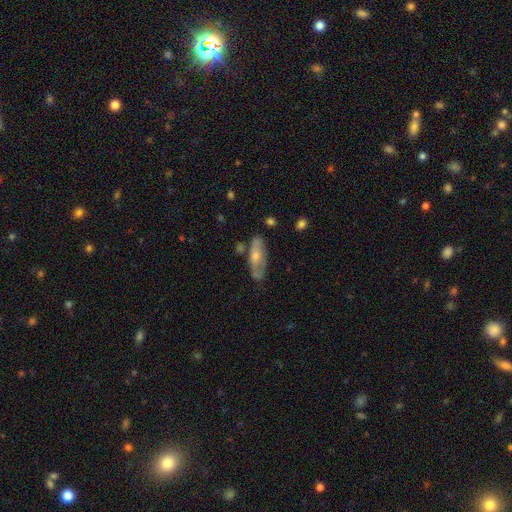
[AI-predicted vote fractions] The model was most divided on "smooth or featured": featured or disk: 50%, smooth: 42%, star or artifact: 8%. More confident: edge-on disk — no (71%); merging — none (68%).